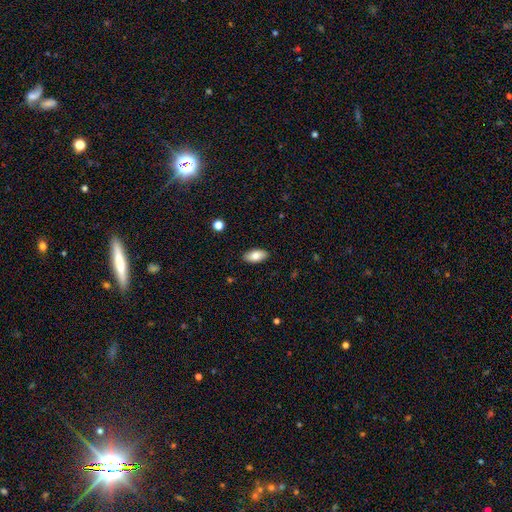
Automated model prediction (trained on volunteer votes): Smooth or featured: smooth — 83% (featured or disk — 10%)
How rounded: in between — 92% (cigar-shaped — 5%)
Merging: none — 89% (minor disturbance — 8%)